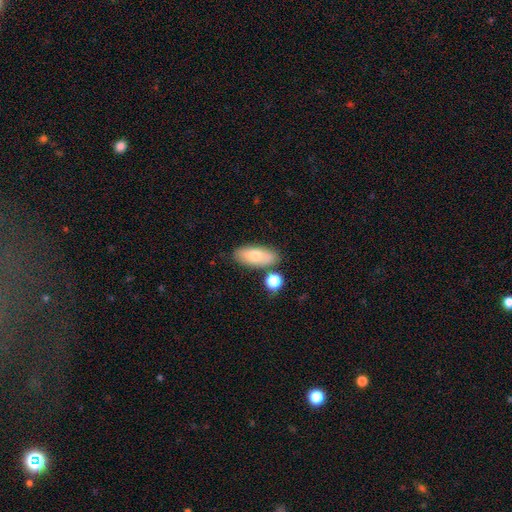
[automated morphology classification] Smooth or featured: smooth — 74% (featured or disk — 19%)
How rounded: in between — 84% (cigar-shaped — 12%)
Merging: none — 76% (minor disturbance — 13%)